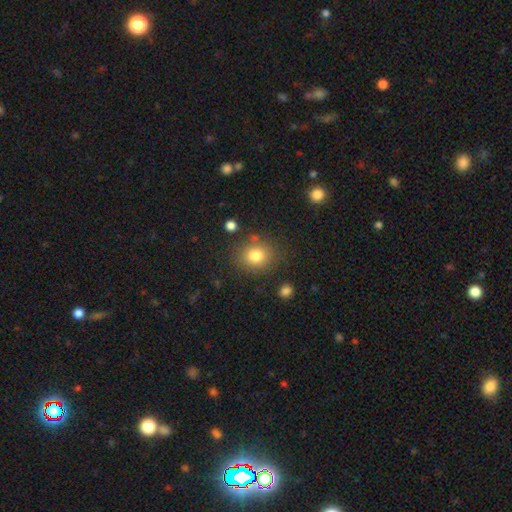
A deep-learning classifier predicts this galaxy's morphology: A smooth galaxy with no disk features (80%) that is round (72%).

Vote fractions:
- Smooth or featured? smooth: 80% / star or artifact: 11% / featured or disk: 9%
- How rounded? round: 72% / in between: 27% / cigar-shaped: 1%
- Merging? none: 80% / minor disturbance: 11% / major disturbance: 4% / merger: 4%